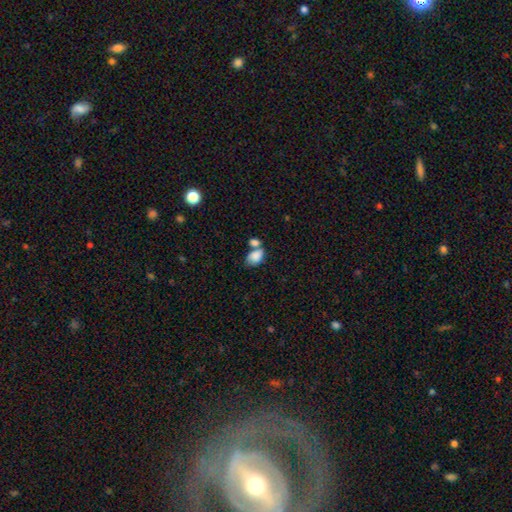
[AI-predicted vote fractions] Smooth or featured? Predicted: smooth (p=0.82). How rounded? Predicted: in between (p=0.85). Merging? Predicted: merger (p=0.48).